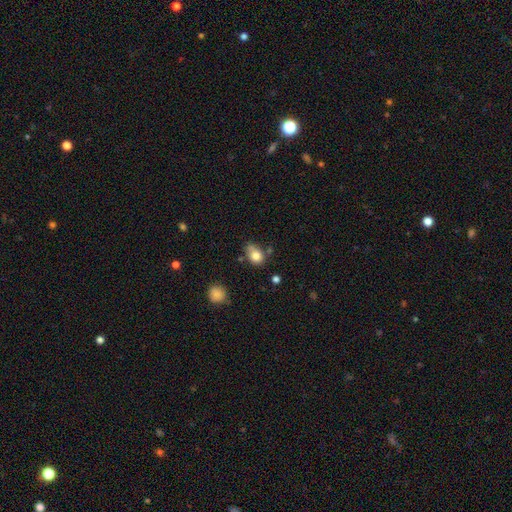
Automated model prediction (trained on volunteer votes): The model was most divided on "merging": none: 47%, minor disturbance: 32%, merger: 12%, major disturbance: 9%. More confident: smooth or featured — smooth (80%); how rounded — in between (58%).